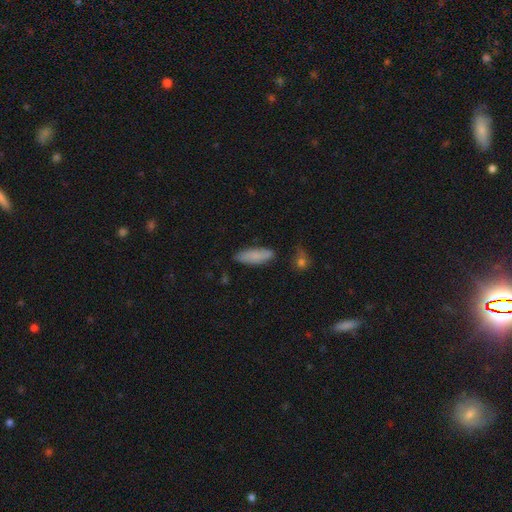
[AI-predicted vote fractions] Morphology: type=smooth (79%); roundness=in between (57%); merging=none (77%).